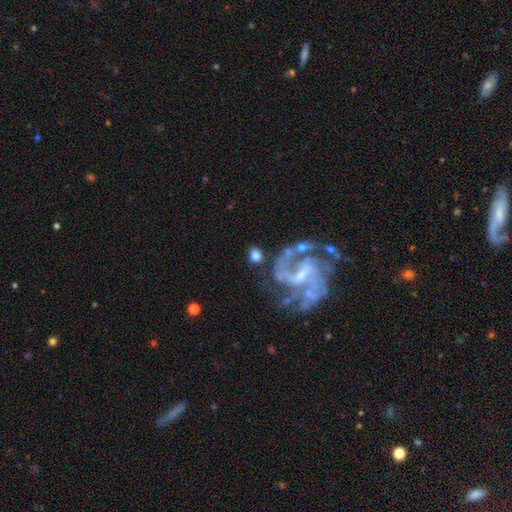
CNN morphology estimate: Smooth or featured: smooth — 53% (featured or disk — 39%)
How rounded: round — 55% (in between — 42%)
Merging: none — 65% (minor disturbance — 14%)